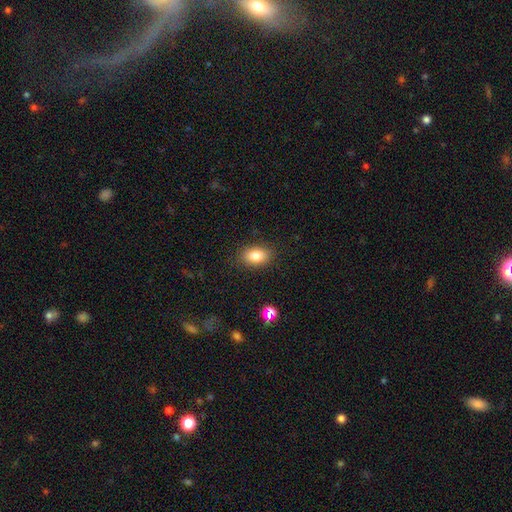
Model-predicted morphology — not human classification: smooth_or_featured: smooth (p=0.83) [alt: star or artifact p=0.09]
how_rounded: in between (p=0.85) [alt: round p=0.13]
merging: none (p=0.86) [alt: minor disturbance p=0.10]